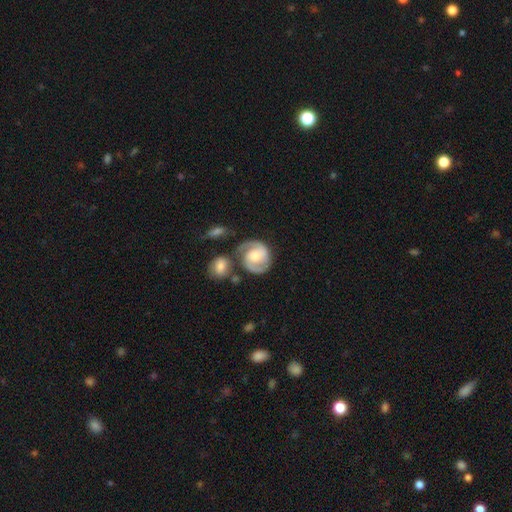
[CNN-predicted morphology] Smooth or featured? featured or disk (79%)
Edge-on disk? no (98%)
Bar? no (52%)
Spiral arms? yes (95%)
Spiral winding? tight (48%)
Spiral arm count? 2 (84%)
Bulge size? moderate (58%)
Merging? none (61%)